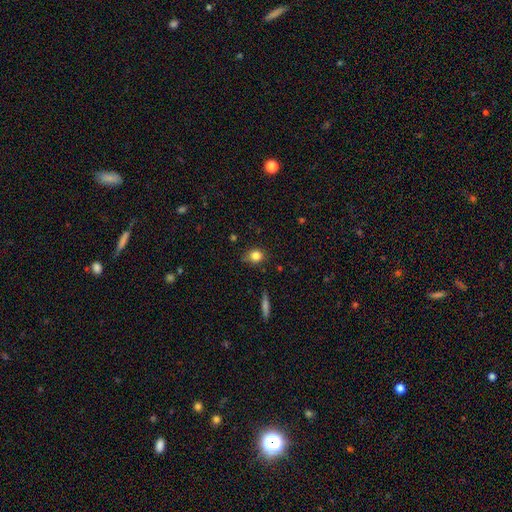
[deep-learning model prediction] A smooth galaxy with no disk features (82%) that is round (71%).

Vote fractions:
- Smooth or featured? smooth: 82% / star or artifact: 10% / featured or disk: 8%
- How rounded? round: 71% / in between: 28% / cigar-shaped: 2%
- Merging? none: 75% / minor disturbance: 20% / major disturbance: 4% / merger: 2%